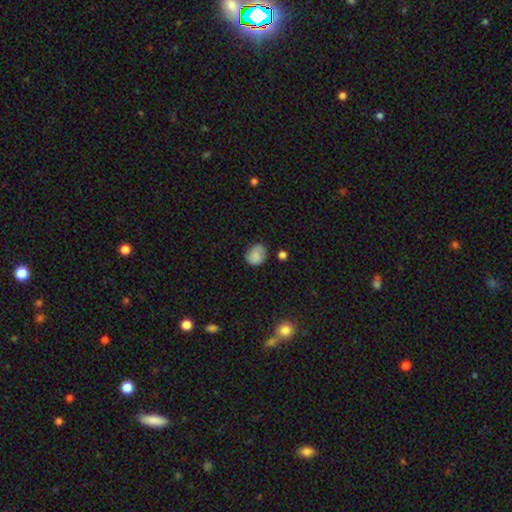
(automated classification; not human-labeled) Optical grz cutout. It shows a smooth galaxy with no disk features (81%) that is round (59%). Merging: none (68%).